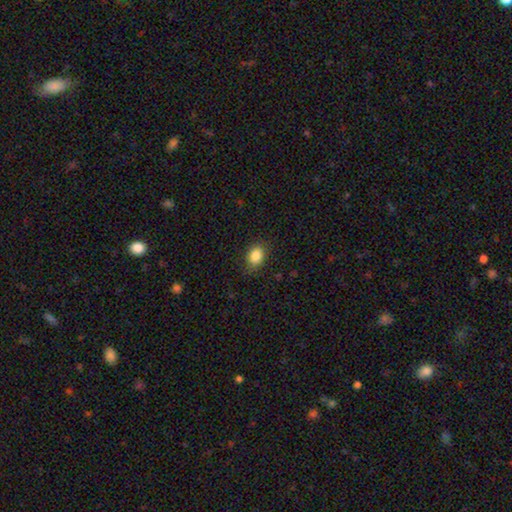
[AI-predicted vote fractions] This appears to be a smooth galaxy with no disk features (86%) that is in between round and cigar-shaped (64%). Merging: none (82%).